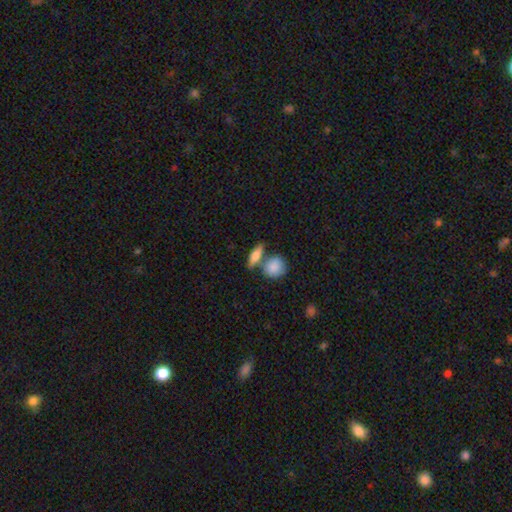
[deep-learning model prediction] Smooth or featured? Predicted: smooth (p=0.65). How rounded? Predicted: in between (p=0.52). Merging? Predicted: none (p=0.59).